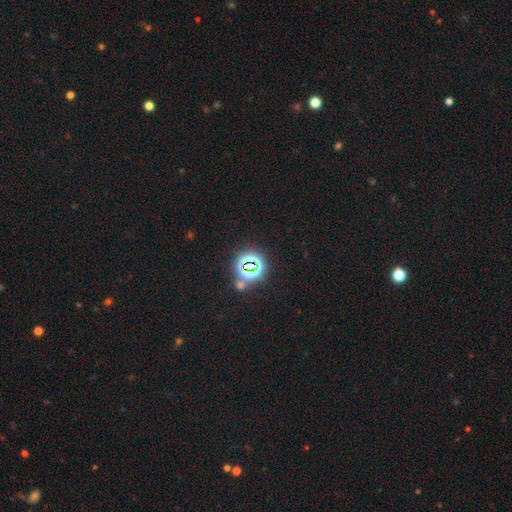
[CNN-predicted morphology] A star or artifact, not a galaxy (74%).

Vote fractions:
- Smooth or featured? star or artifact: 74% / smooth: 18% / featured or disk: 9%